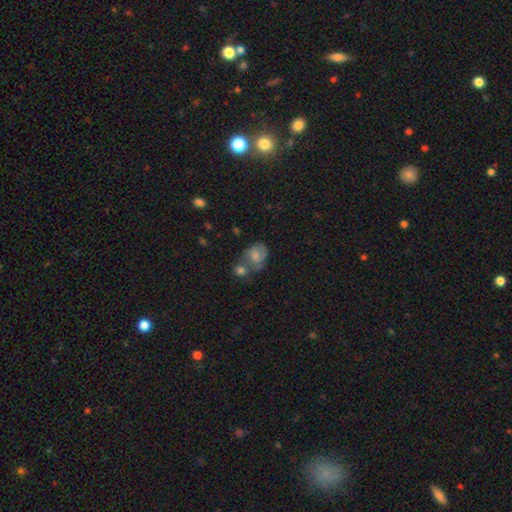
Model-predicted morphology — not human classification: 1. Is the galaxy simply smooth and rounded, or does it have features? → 66% smooth, 24% featured or disk, 9% star or artifact.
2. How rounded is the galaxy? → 51% in between, 48% round, 1% cigar-shaped.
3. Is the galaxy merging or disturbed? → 36% none, 35% merger, 19% minor disturbance, 10% major disturbance.